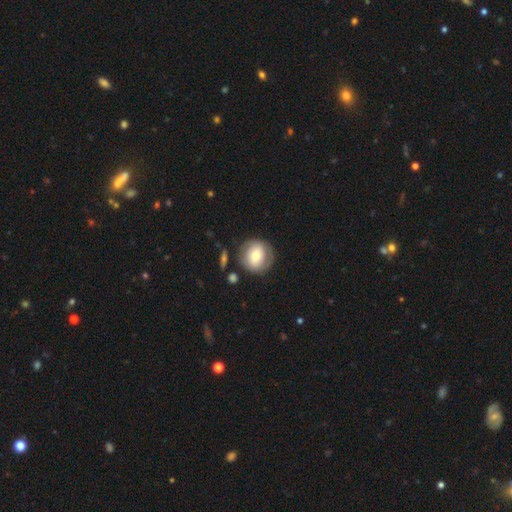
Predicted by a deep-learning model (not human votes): A smooth galaxy with no disk features (62%) that is round (87%).

Vote fractions:
- Smooth or featured? smooth: 62% / featured or disk: 31% / star or artifact: 7%
- How rounded? round: 87% / in between: 12% / cigar-shaped: 1%
- Merging? none: 75% / minor disturbance: 15% / major disturbance: 6% / merger: 4%